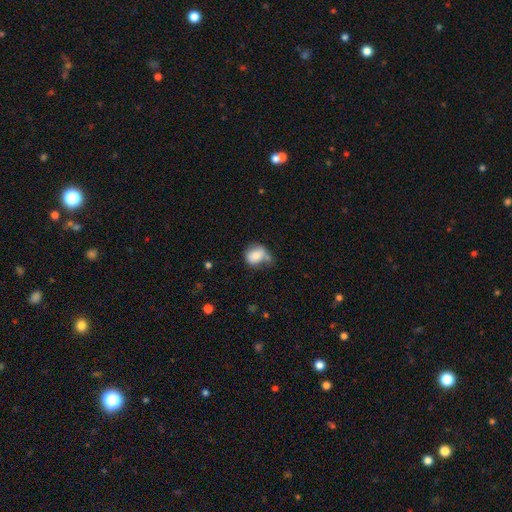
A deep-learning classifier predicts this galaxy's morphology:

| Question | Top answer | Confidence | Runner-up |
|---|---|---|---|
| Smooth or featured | smooth | 77% | featured or disk (15%) |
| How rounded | round | 58% | in between (41%) |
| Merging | none | 38% | minor disturbance (29%) |